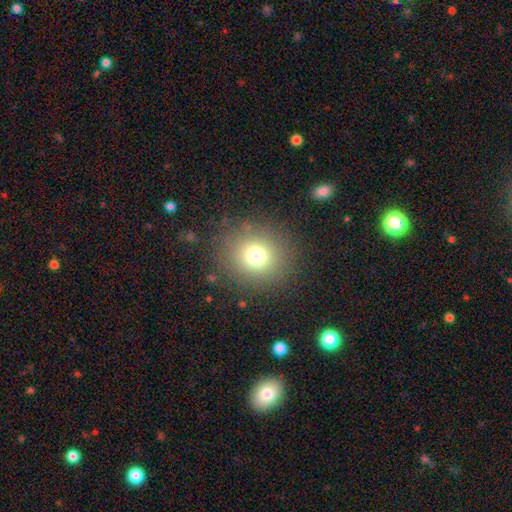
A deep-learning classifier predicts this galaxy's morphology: Smooth or featured? Predicted: smooth (p=0.72). How rounded? Predicted: round (p=0.90). Merging? Predicted: none (p=0.86).